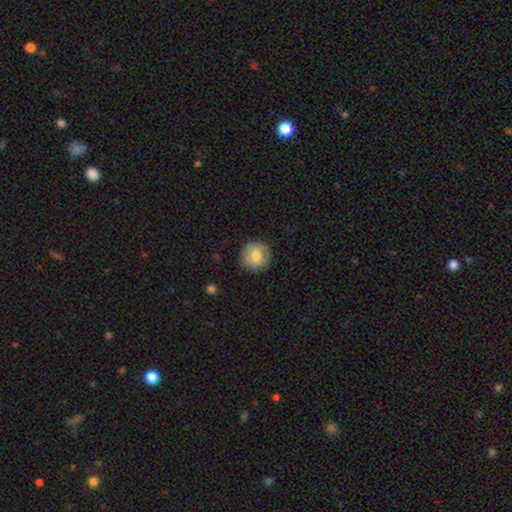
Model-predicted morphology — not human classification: Q: Smooth or featured?
A: smooth (76%); runner-up: featured or disk (16%)
Q: How rounded?
A: round (93%); runner-up: in between (6%)
Q: Merging?
A: none (87%); runner-up: minor disturbance (10%)